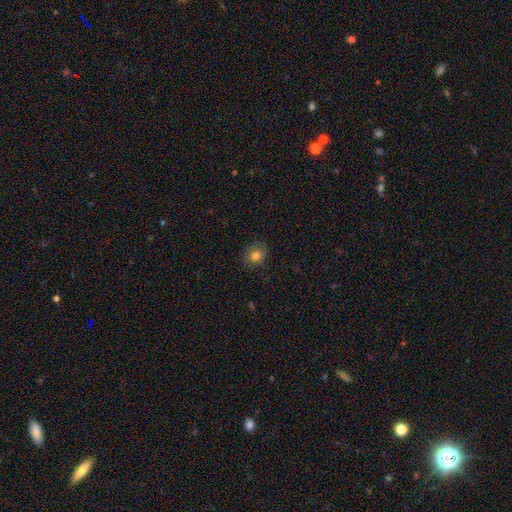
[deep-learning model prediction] Overall: smooth (80%). How rounded: round (73%). Merging: none (82%).